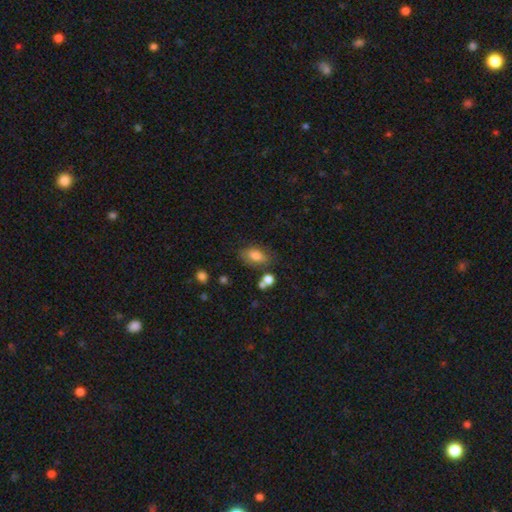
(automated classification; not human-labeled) smooth-or-featured: smooth: 78% | featured or disk: 13% | star or artifact: 9%
  how-rounded: in between: 87% | round: 8% | cigar-shaped: 5%
  merging: none: 68% | minor disturbance: 18% | merger: 8% | major disturbance: 6%